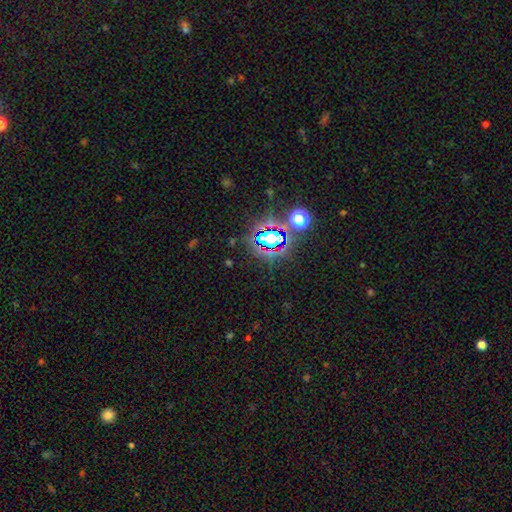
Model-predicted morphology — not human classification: The model was most divided on "smooth or featured": star or artifact: 76%, smooth: 15%, featured or disk: 8%.